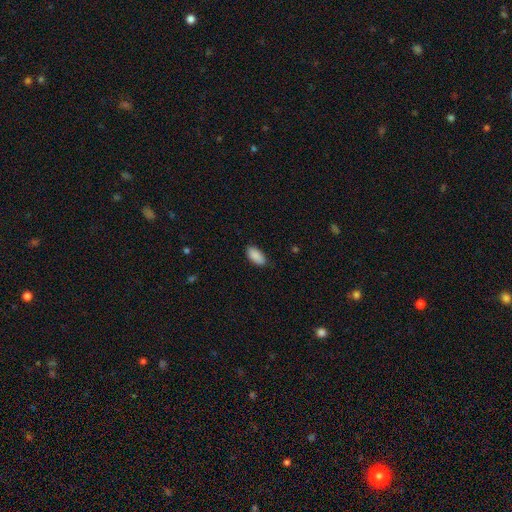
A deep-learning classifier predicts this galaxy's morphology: type=smooth (90%); roundness=in between (93%); merging=none (84%).